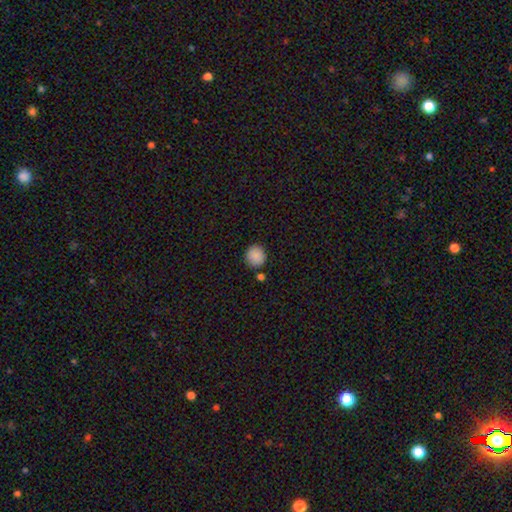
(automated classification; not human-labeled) Smooth or featured?
  - smooth: 88% *
  - star or artifact: 9%
  - featured or disk: 3%
How rounded?
  - round: 90% *
  - in between: 9%
  - cigar-shaped: 1%
Merging?
  - none: 85% *
  - minor disturbance: 8%
  - merger: 5%
  - major disturbance: 2%